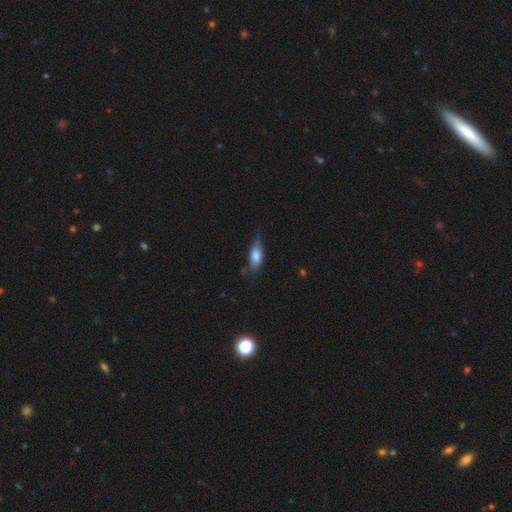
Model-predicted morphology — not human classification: Smooth or featured: smooth — 70% (featured or disk — 23%)
How rounded: in between — 74% (cigar-shaped — 22%)
Merging: none — 56% (minor disturbance — 33%)